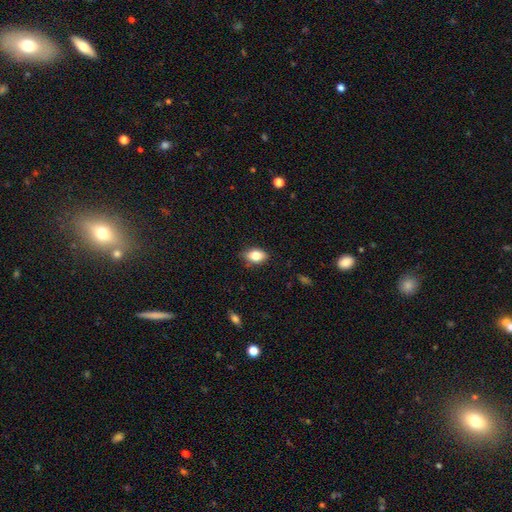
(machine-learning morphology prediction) A smooth galaxy with no disk features (82%) that is in between round and cigar-shaped (86%).

Vote fractions:
- Smooth or featured? smooth: 82% / featured or disk: 10% / star or artifact: 8%
- How rounded? in between: 86% / round: 11% / cigar-shaped: 3%
- Merging? none: 84% / minor disturbance: 13% / major disturbance: 2% / merger: 1%